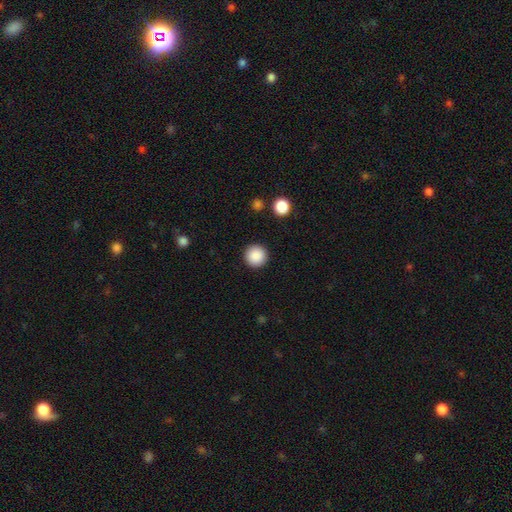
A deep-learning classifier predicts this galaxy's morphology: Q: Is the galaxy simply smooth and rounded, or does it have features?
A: smooth — 89%.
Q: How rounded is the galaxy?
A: round — 96%.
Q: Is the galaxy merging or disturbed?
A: none — 92%.